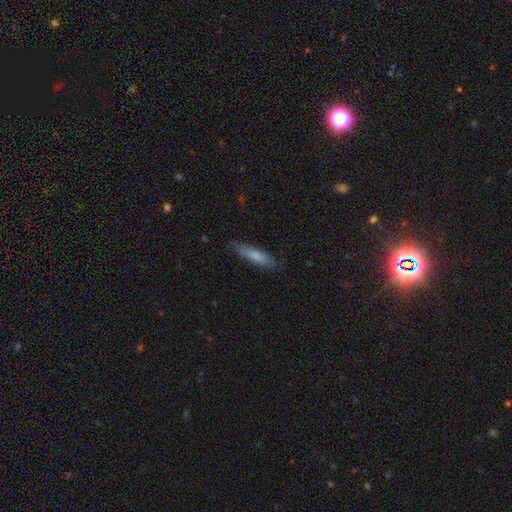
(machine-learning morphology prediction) This appears to be a smooth galaxy with no disk features (73%) that is cigar-shaped (68%). Merging: none (77%).